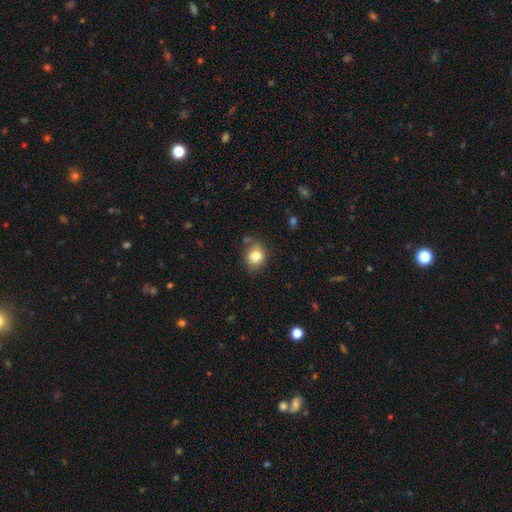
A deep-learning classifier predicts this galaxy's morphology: This appears to be a smooth galaxy with no disk features (81%) that is round (59%). Merging: none (74%).